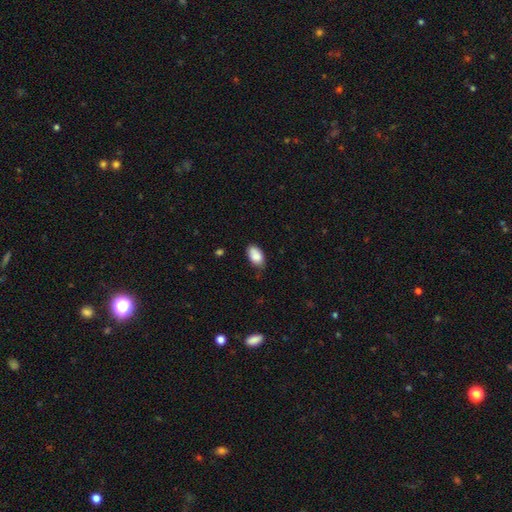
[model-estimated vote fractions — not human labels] Smooth or featured?
  - smooth: 86% *
  - star or artifact: 7%
  - featured or disk: 6%
How rounded?
  - in between: 93% *
  - round: 5%
  - cigar-shaped: 2%
Merging?
  - none: 63% *
  - minor disturbance: 30%
  - major disturbance: 5%
  - merger: 2%